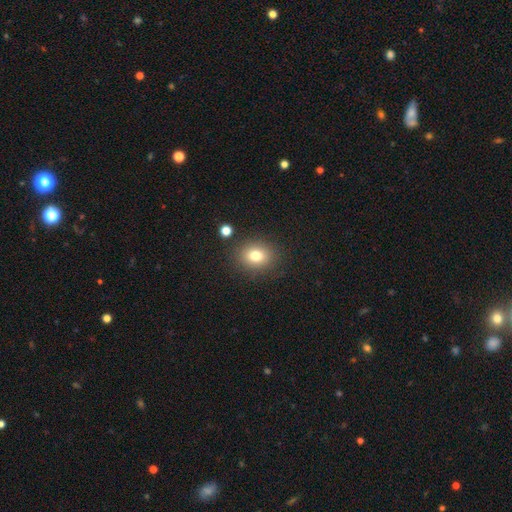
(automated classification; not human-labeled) Smooth or featured: smooth — 78% (star or artifact — 12%)
How rounded: round — 64% (in between — 35%)
Merging: none — 85% (minor disturbance — 9%)